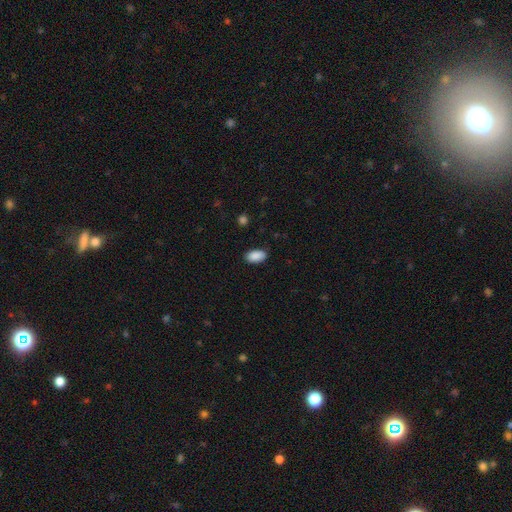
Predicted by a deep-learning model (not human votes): The model was most divided on "merging": none: 86%, minor disturbance: 11%, major disturbance: 2%, merger: 1%. More confident: how rounded — in between (94%); smooth or featured — smooth (90%).